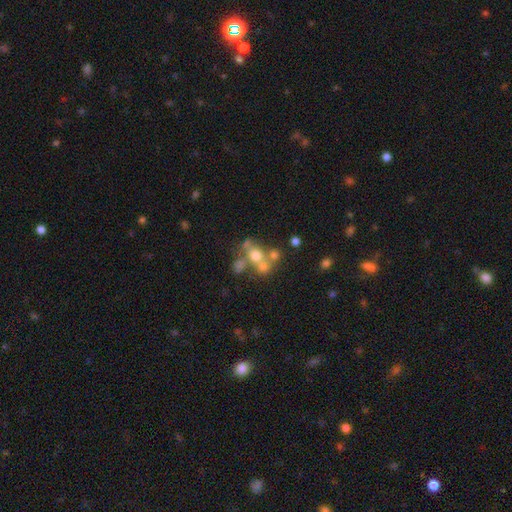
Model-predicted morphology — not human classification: smooth_or_featured: smooth (p=0.55) [alt: featured or disk p=0.28]
how_rounded: round (p=0.71) [alt: in between p=0.27]
merging: merger (p=0.47) [alt: none p=0.36]